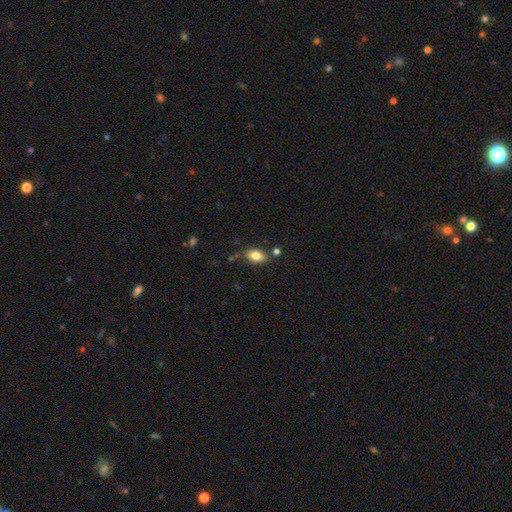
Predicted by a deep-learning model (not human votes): Smooth or featured?
  - smooth: 81% *
  - featured or disk: 10%
  - star or artifact: 8%
How rounded?
  - in between: 86% *
  - round: 11%
  - cigar-shaped: 2%
Merging?
  - none: 74% *
  - minor disturbance: 15%
  - merger: 7%
  - major disturbance: 4%